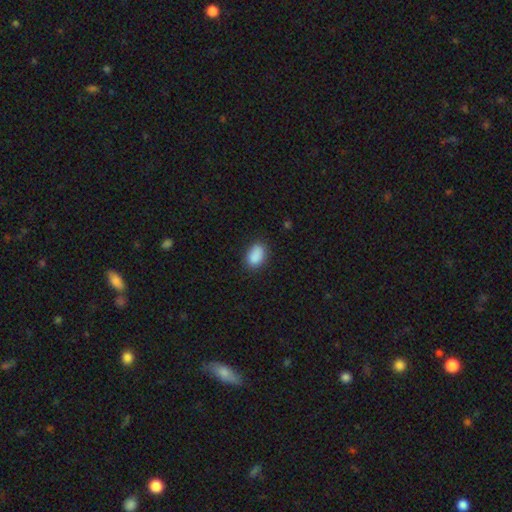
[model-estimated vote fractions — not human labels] Q: Smooth or featured?
A: smooth (89%); runner-up: star or artifact (8%)
Q: How rounded?
A: in between (86%); runner-up: round (12%)
Q: Merging?
A: none (81%); runner-up: minor disturbance (15%)